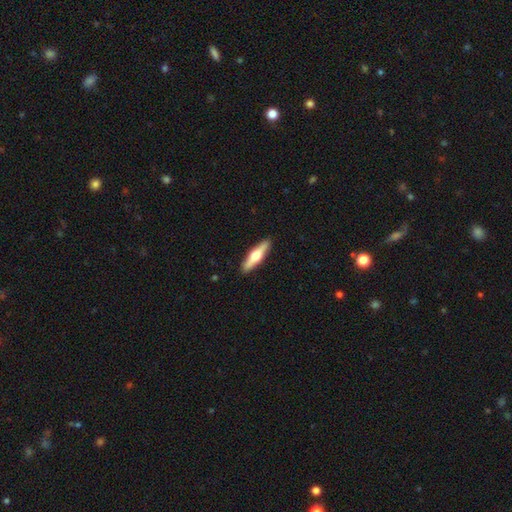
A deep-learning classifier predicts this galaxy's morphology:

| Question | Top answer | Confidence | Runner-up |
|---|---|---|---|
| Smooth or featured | featured or disk | 56% | smooth (39%) |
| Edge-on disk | yes | 95% | no (5%) |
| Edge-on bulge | rounded | 95% | boxy (3%) |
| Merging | none | 91% | minor disturbance (6%) |